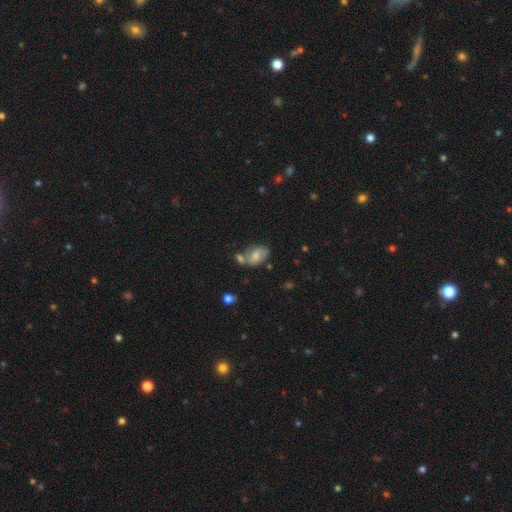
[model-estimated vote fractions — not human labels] Smooth or featured: smooth — 51% (featured or disk — 39%)
How rounded: in between — 86% (round — 13%)
Merging: none — 49% (merger — 24%)